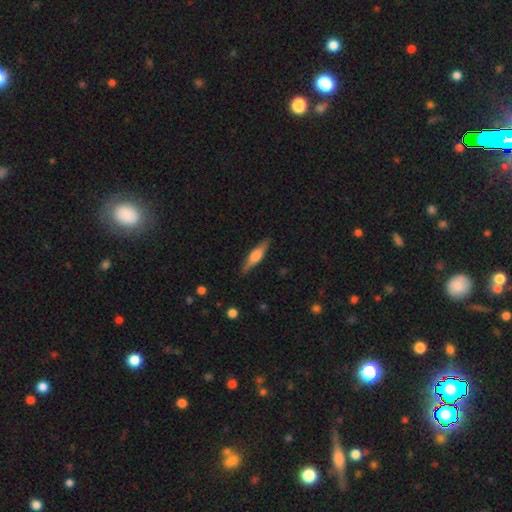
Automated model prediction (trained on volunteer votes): The model was most divided on "smooth or featured": featured or disk: 61%, smooth: 33%, star or artifact: 6%. More confident: edge-on disk — yes (96%); merging — none (89%); edge-on bulge — rounded (87%).